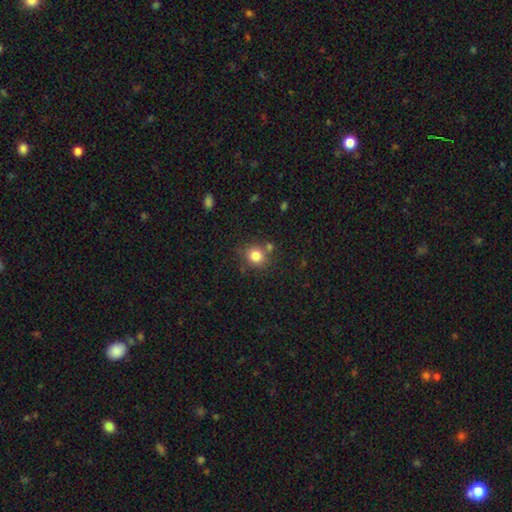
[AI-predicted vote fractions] This is clearly a smooth galaxy (81%). How rounded: clearly round (81%). Merging: likely none (73%).